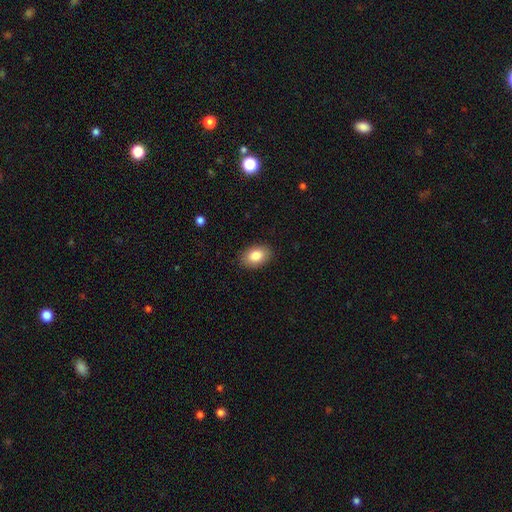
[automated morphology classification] This appears to be a smooth galaxy with no disk features (85%) that is in between round and cigar-shaped (85%). Merging: none (88%).